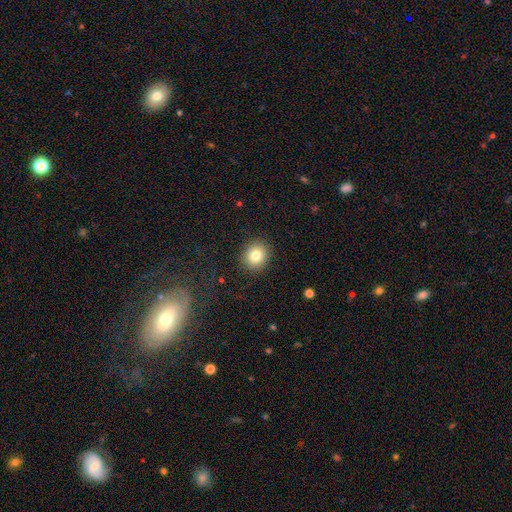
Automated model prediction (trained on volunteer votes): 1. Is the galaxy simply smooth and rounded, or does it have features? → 81% smooth, 11% star or artifact, 8% featured or disk.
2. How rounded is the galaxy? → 80% round, 19% in between, 1% cigar-shaped.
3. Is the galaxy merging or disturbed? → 90% none, 7% minor disturbance, 2% major disturbance, 1% merger.